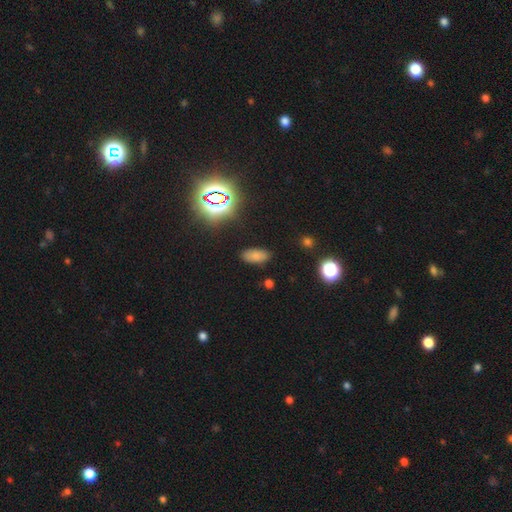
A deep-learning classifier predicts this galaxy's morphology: This appears to be a smooth galaxy with no disk features (75%) that is in between round and cigar-shaped (89%). Merging: none (87%).